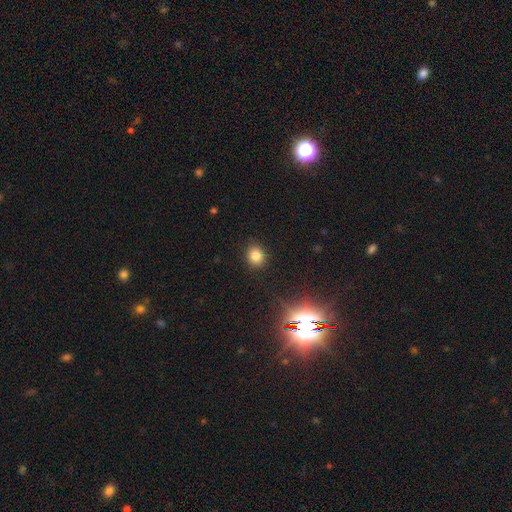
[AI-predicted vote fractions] Q: Smooth or featured?
A: smooth (80%); runner-up: star or artifact (14%)
Q: How rounded?
A: round (79%); runner-up: in between (20%)
Q: Merging?
A: none (90%); runner-up: minor disturbance (7%)